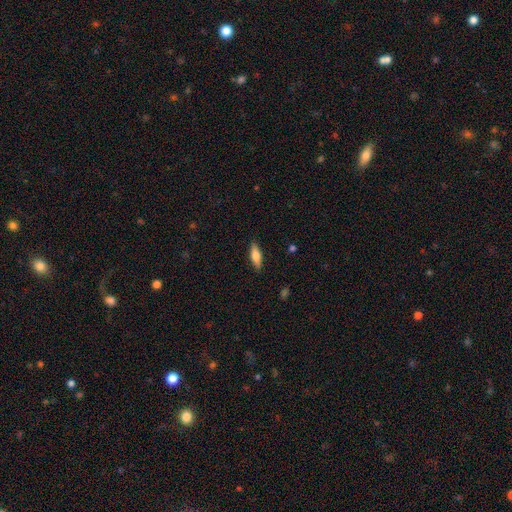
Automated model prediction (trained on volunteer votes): The model was most divided on "how rounded": in between: 54%, cigar-shaped: 44%, round: 2%. More confident: merging — none (87%); smooth or featured — smooth (71%).